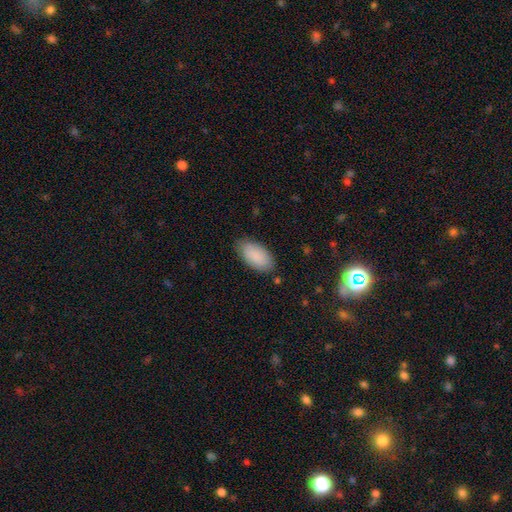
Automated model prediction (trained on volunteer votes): Smooth or featured? Predicted: smooth (p=0.89). How rounded? Predicted: in between (p=0.95). Merging? Predicted: none (p=0.81).